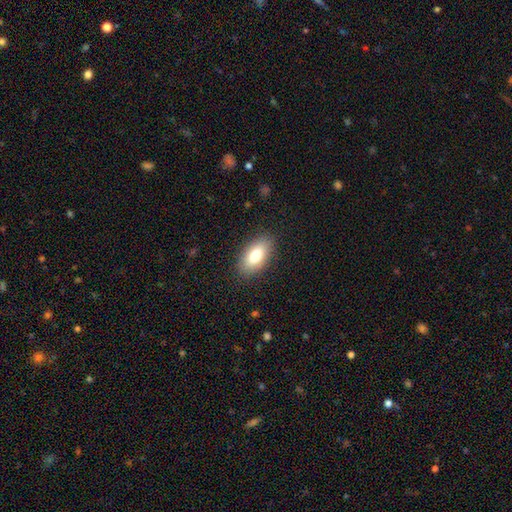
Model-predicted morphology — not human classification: A smooth galaxy with no disk features (79%) that is in between round and cigar-shaped (92%).

Vote fractions:
- Smooth or featured? smooth: 79% / featured or disk: 14% / star or artifact: 7%
- How rounded? in between: 92% / cigar-shaped: 5% / round: 3%
- Merging? none: 87% / minor disturbance: 10% / major disturbance: 3% / merger: 1%